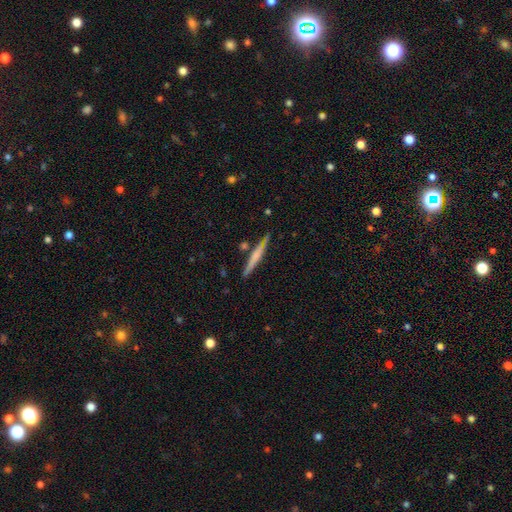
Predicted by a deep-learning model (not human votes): Smooth or featured? Predicted: featured or disk (p=0.49). Merging? Predicted: none (p=0.81).